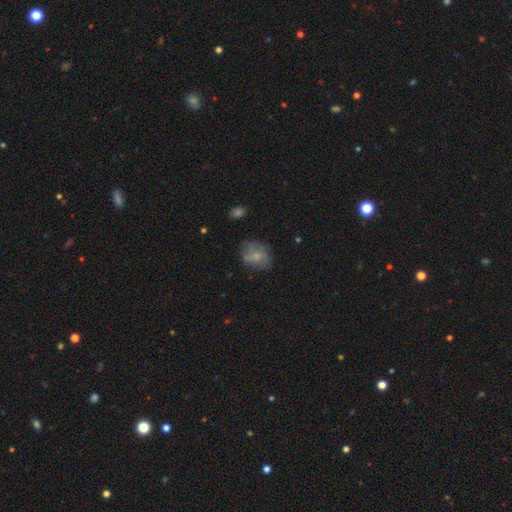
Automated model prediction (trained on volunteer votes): This is possibly a smooth galaxy (48%). Merging: likely none (62%).